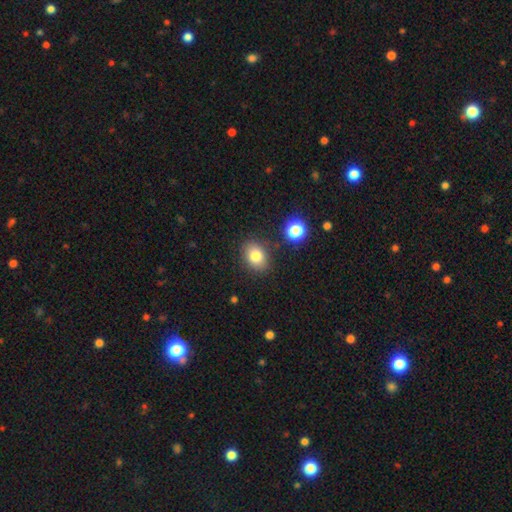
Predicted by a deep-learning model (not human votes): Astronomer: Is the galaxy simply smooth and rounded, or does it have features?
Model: smooth — 81%.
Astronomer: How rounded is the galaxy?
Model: in between — 58% (runner-up: round, 41%).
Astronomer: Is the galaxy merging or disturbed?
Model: none — 83%.